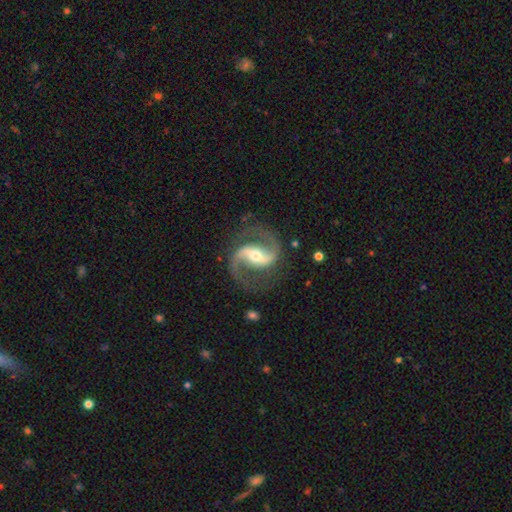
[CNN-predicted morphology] A featured or disk galaxy (93%) with a strong bar (50%), 2 (94%) medium (54%) spiral arms (98%) and a moderate central bulge (57%). Merging: none (80%).